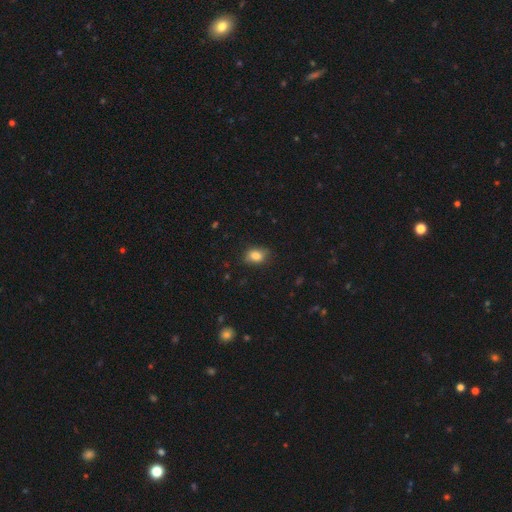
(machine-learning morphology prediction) The model was most divided on "how rounded": in between: 69%, round: 29%, cigar-shaped: 2%. More confident: smooth or featured — smooth (84%); merging — none (76%).